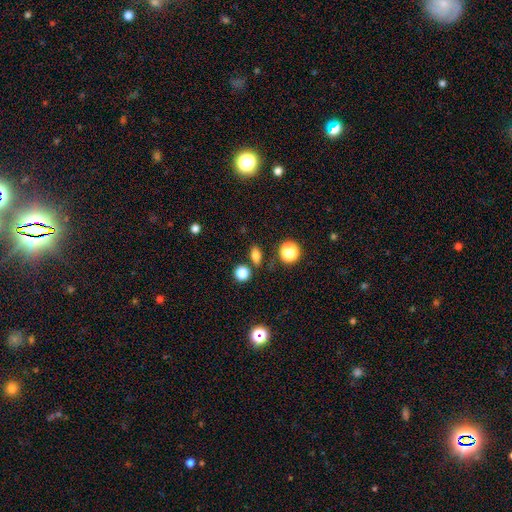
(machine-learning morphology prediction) This appears to be a smooth galaxy with no disk features (75%) that is in between round and cigar-shaped (66%). Merging: none (81%).